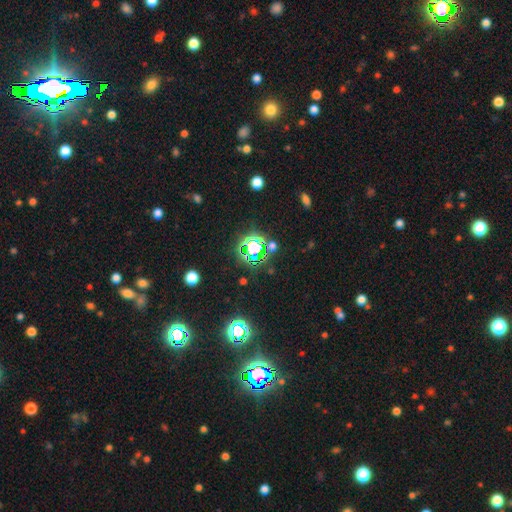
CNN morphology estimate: Q: Smooth or featured?
A: star or artifact (70%); runner-up: smooth (21%)